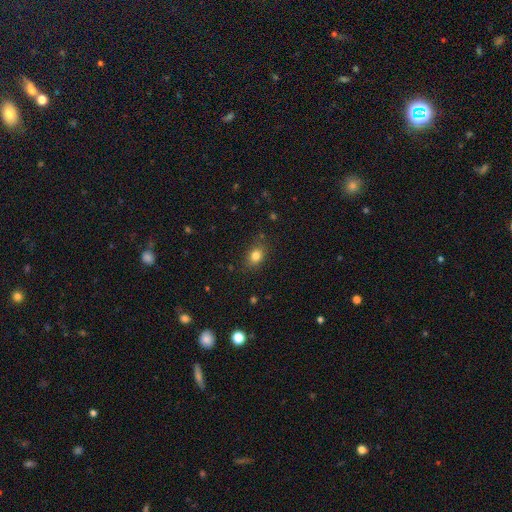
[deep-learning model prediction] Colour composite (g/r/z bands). It shows a smooth galaxy with no disk features (81%) that is in between round and cigar-shaped (64%). Merging: none (81%).